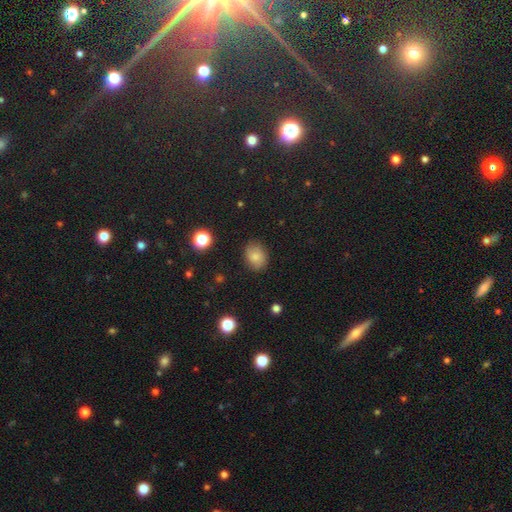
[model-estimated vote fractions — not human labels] A smooth galaxy with no disk features (80%) that is in between round and cigar-shaped (59%).

Vote fractions:
- Smooth or featured? smooth: 80% / star or artifact: 11% / featured or disk: 9%
- How rounded? in between: 59% / round: 40% / cigar-shaped: 1%
- Merging? none: 83% / minor disturbance: 13% / major disturbance: 3% / merger: 1%